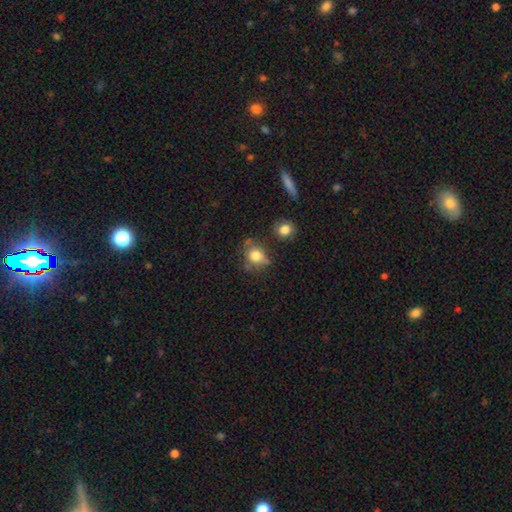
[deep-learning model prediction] Smooth or featured?
  - smooth: 79% *
  - featured or disk: 11%
  - star or artifact: 10%
How rounded?
  - round: 61% *
  - in between: 38%
  - cigar-shaped: 1%
Merging?
  - none: 60% *
  - minor disturbance: 22%
  - merger: 11%
  - major disturbance: 8%